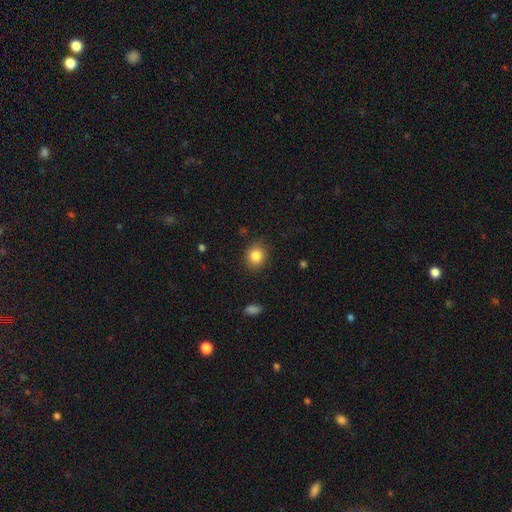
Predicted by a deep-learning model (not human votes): Smooth or featured? smooth (84%)
How rounded? round (79%)
Merging? none (87%)